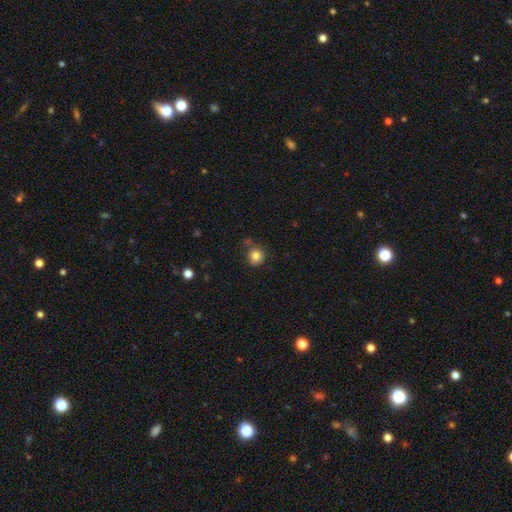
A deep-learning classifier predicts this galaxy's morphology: Smooth or featured? Predicted: smooth (p=0.82). How rounded? Predicted: round (p=0.85). Merging? Predicted: none (p=0.67).